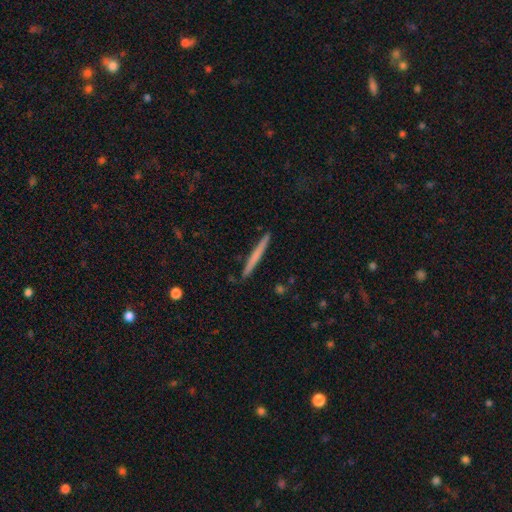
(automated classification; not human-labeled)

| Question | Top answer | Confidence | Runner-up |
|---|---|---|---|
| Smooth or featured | smooth | 59% | featured or disk (36%) |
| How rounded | cigar-shaped | 97% | in between (2%) |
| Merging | none | 91% | minor disturbance (6%) |